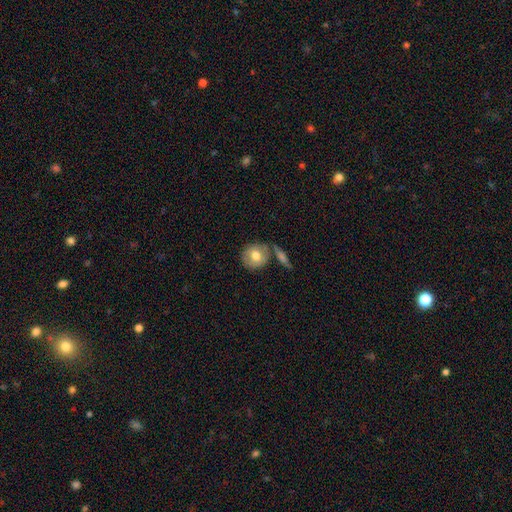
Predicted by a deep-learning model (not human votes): smooth_or_featured: smooth (p=0.69) [alt: featured or disk p=0.24]
how_rounded: round (p=0.80) [alt: in between p=0.19]
merging: none (p=0.66) [alt: merger p=0.15]